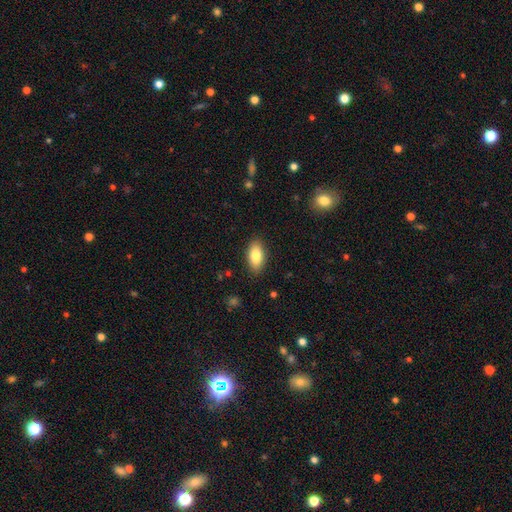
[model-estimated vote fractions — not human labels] A smooth galaxy with no disk features (82%) that is in between round and cigar-shaped (91%).

Vote fractions:
- Smooth or featured? smooth: 82% / featured or disk: 12% / star or artifact: 7%
- How rounded? in between: 91% / cigar-shaped: 6% / round: 4%
- Merging? none: 88% / minor disturbance: 9% / major disturbance: 2% / merger: 1%